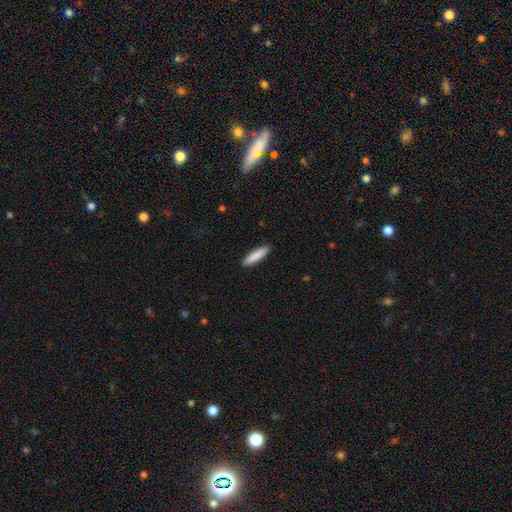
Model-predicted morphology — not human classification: Smooth or featured? Predicted: smooth (p=0.87). How rounded? Predicted: cigar-shaped (p=0.79). Merging? Predicted: none (p=0.91).